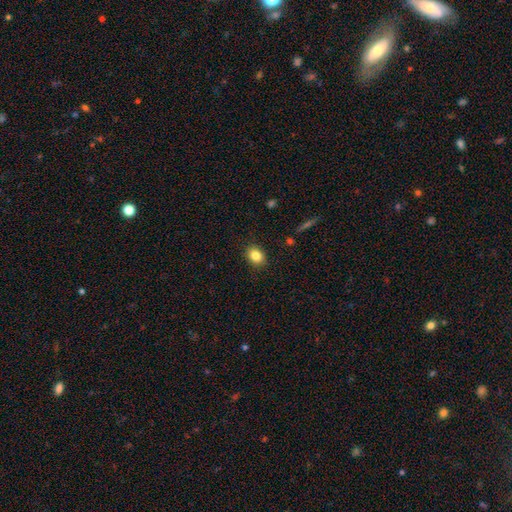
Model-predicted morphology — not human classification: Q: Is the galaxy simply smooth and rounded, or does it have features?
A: smooth — 83%.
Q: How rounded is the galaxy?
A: in between — 60%.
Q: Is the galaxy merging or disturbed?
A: none — 88%.